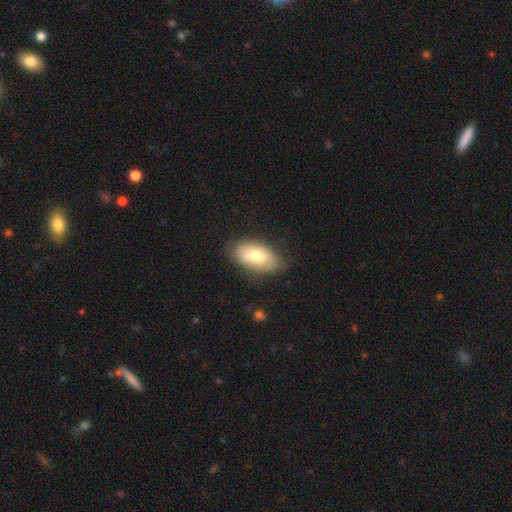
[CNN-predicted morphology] smooth 70%, featured or disk 23%, star or artifact 7%. Down the decision tree: how rounded — in between (93%); merging — none (71%).